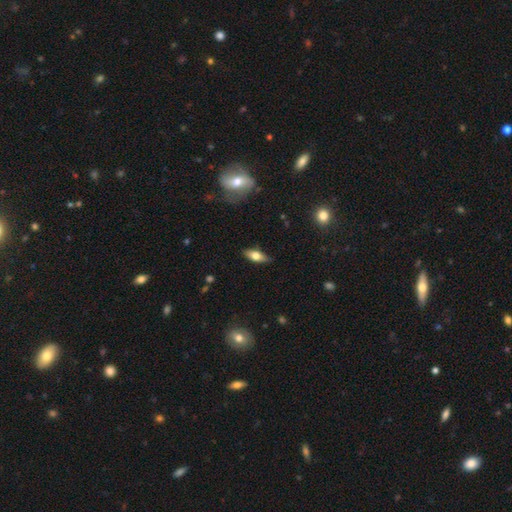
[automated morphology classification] This is likely a smooth galaxy (65%). How rounded: likely in between (74%). Merging: clearly none (84%).